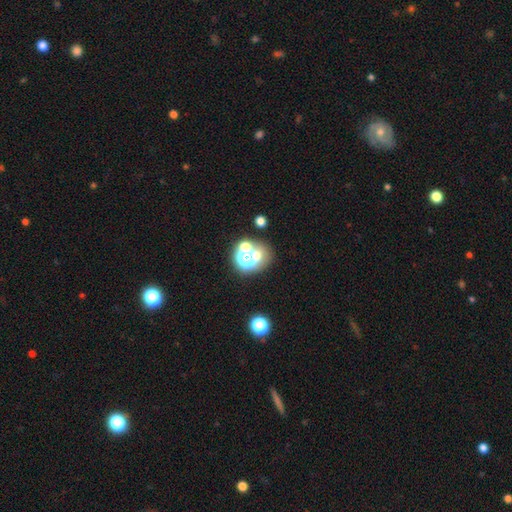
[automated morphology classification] smooth_or_featured: smooth (p=0.39) [alt: featured or disk p=0.35]
merging: merger (p=0.38) [alt: none p=0.34]